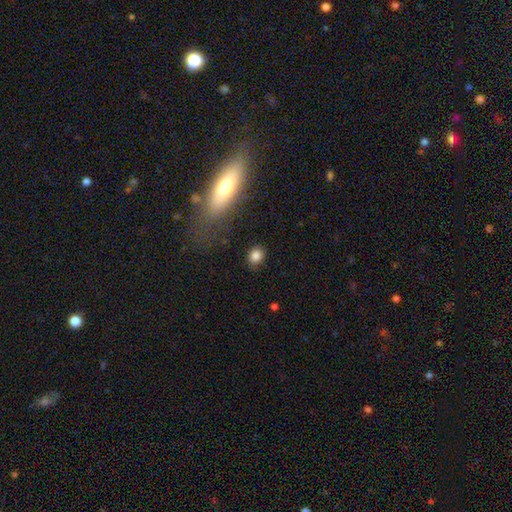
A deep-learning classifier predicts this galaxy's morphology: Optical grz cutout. It shows a smooth galaxy with no disk features (84%) that is round (62%). Merging: none (86%).